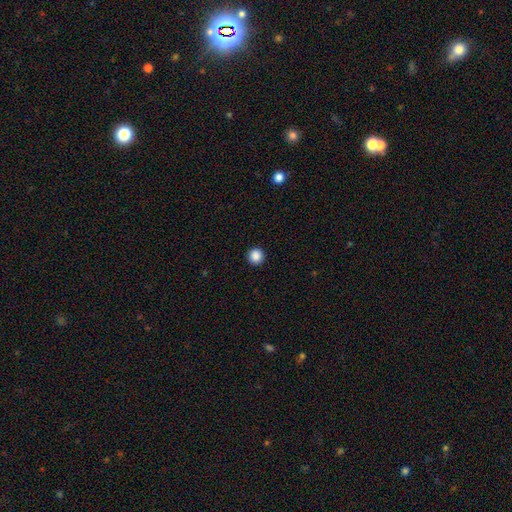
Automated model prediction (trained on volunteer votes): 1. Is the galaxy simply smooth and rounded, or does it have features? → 88% smooth, 10% star or artifact, 2% featured or disk.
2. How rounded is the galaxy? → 96% round, 3% in between, 1% cigar-shaped.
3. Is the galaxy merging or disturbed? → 93% none, 4% minor disturbance, 2% major disturbance, 1% merger.